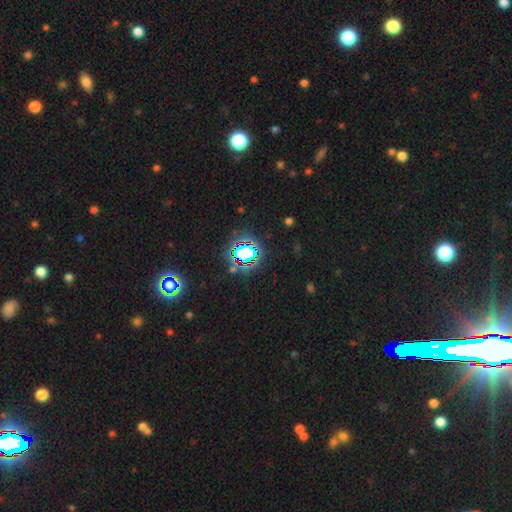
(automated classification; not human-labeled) smooth-or-featured: star or artifact: 79% | smooth: 14% | featured or disk: 7%